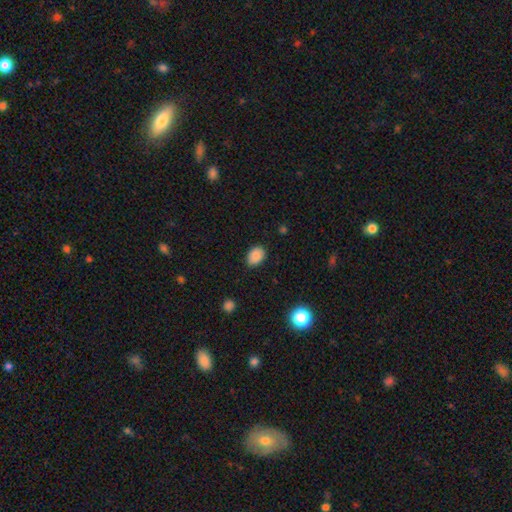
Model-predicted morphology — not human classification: smooth 85%, star or artifact 9%, featured or disk 6%. Down the decision tree: how rounded — in between (74%); merging — none (80%).